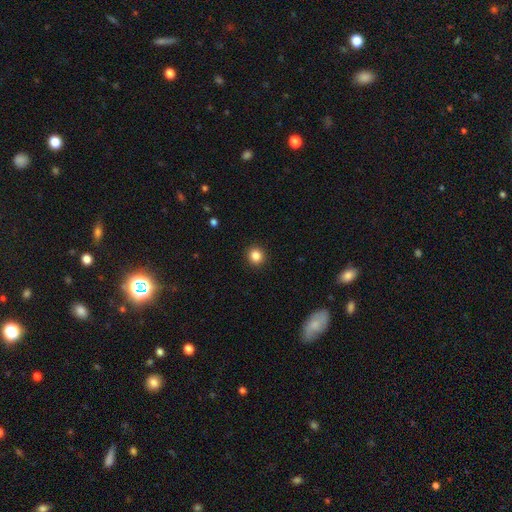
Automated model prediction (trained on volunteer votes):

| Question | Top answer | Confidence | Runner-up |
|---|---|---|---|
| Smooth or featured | smooth | 85% | star or artifact (11%) |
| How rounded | round | 91% | in between (8%) |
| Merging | none | 92% | minor disturbance (5%) |